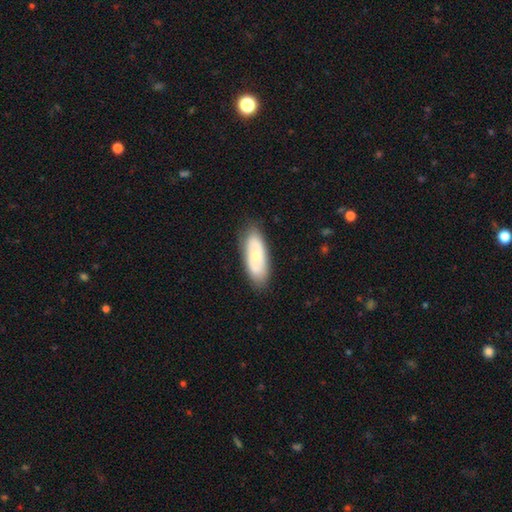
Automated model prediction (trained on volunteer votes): A smooth galaxy with no disk features (49%).

Vote fractions:
- Smooth or featured? smooth: 49% / featured or disk: 45% / star or artifact: 6%
- Merging? none: 84% / minor disturbance: 12% / major disturbance: 3% / merger: 1%